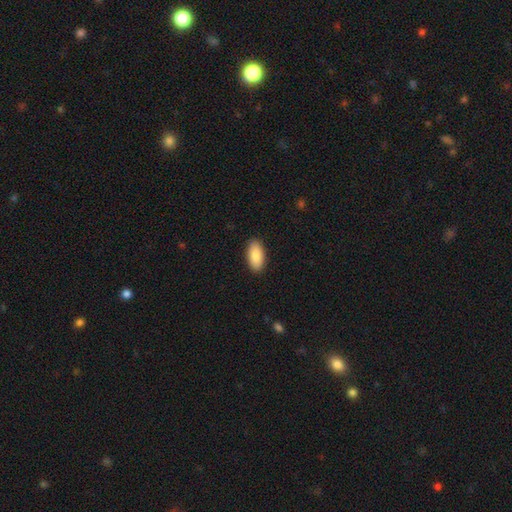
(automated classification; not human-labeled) Q: Smooth or featured?
A: smooth (88%); runner-up: featured or disk (6%)
Q: How rounded?
A: in between (92%); runner-up: cigar-shaped (6%)
Q: Merging?
A: none (90%); runner-up: minor disturbance (8%)